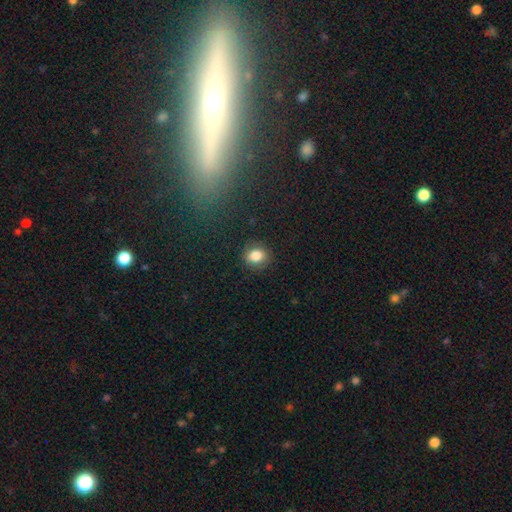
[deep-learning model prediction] The model was most divided on "how rounded": round: 59%, in between: 40%, cigar-shaped: 1%. More confident: merging — none (86%); smooth or featured — smooth (84%).